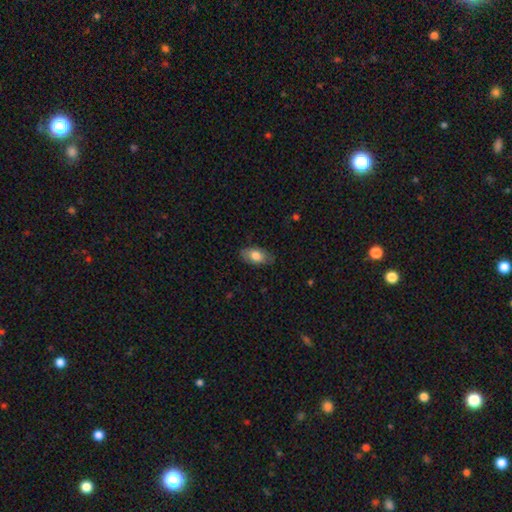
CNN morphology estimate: Smooth or featured: smooth — 77% (featured or disk — 17%)
How rounded: in between — 91% (round — 6%)
Merging: none — 78% (minor disturbance — 17%)